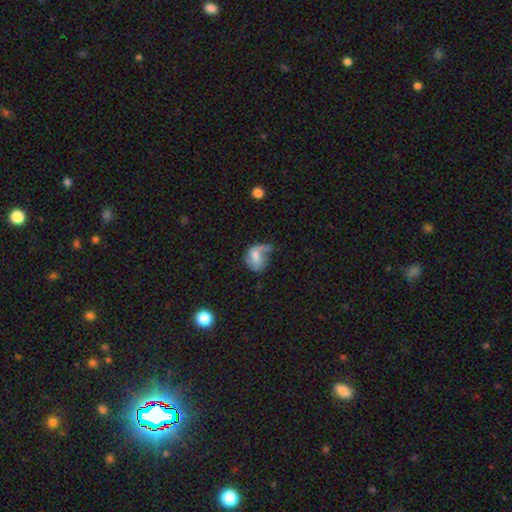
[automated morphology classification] This appears to be a smooth galaxy with no disk features (51%) that is in between round and cigar-shaped (67%). Merging: major disturbance (37%).